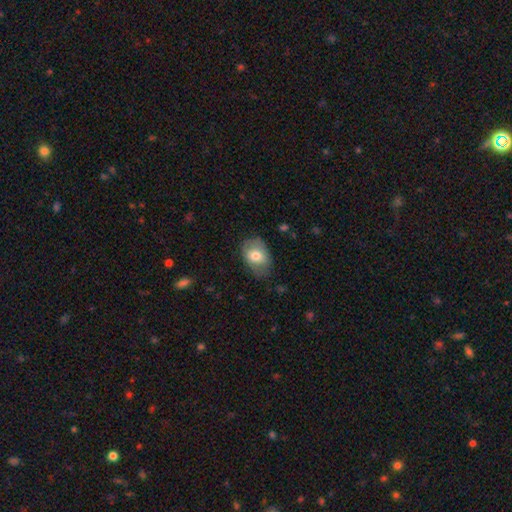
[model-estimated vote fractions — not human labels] Smooth or featured? Predicted: smooth (p=0.72). How rounded? Predicted: in between (p=0.79). Merging? Predicted: none (p=0.62).